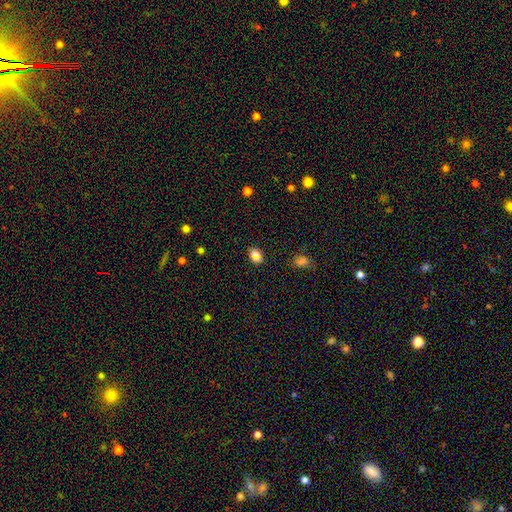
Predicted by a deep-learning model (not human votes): smooth-or-featured: smooth: 81% | star or artifact: 10% | featured or disk: 9%
  how-rounded: in between: 77% | round: 22% | cigar-shaped: 1%
  merging: none: 81% | minor disturbance: 13% | merger: 3% | major disturbance: 3%